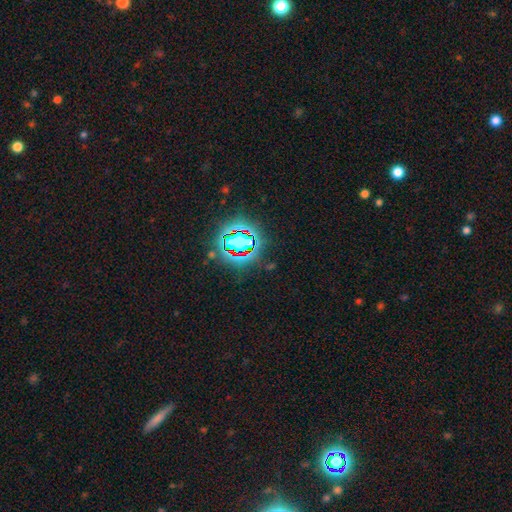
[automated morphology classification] Overall: star or artifact (79%).